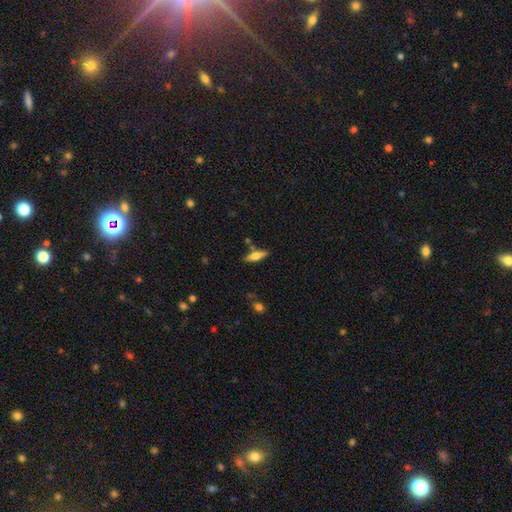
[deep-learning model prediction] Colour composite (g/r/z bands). It shows a smooth galaxy with no disk features (52%) that is cigar-shaped (58%). Merging: none (77%).